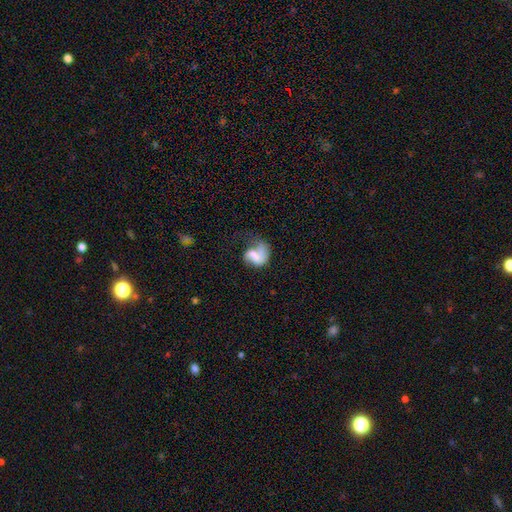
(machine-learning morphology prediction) This is possibly a featured or disk galaxy (50%). It is clearly not viewed edge-on (98%). Merging: marginally major disturbance (44%).